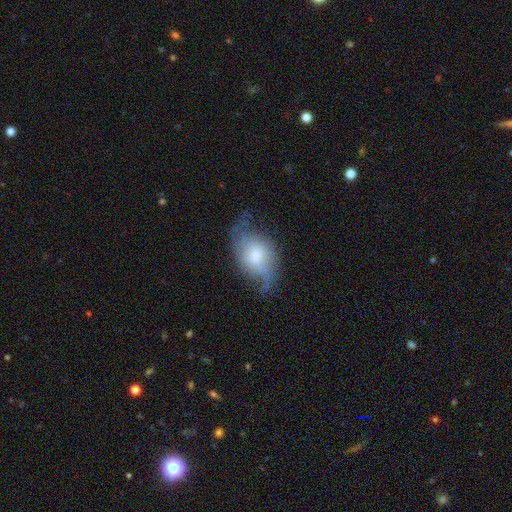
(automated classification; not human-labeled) A featured or disk galaxy (48%). Merging: none (43%).